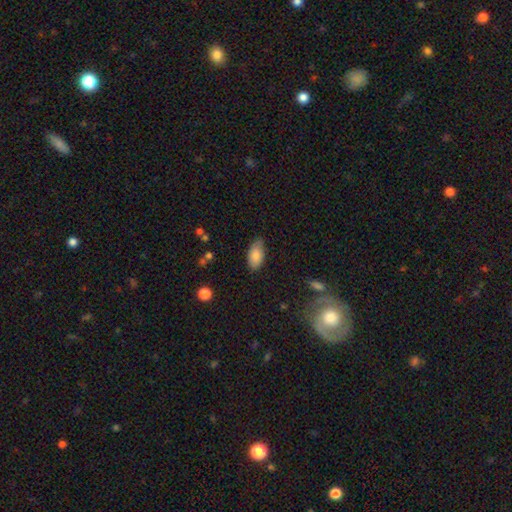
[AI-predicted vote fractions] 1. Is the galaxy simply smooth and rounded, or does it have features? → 84% smooth, 9% featured or disk, 7% star or artifact.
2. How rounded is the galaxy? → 94% in between, 3% cigar-shaped, 3% round.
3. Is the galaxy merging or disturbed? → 75% none, 20% minor disturbance, 4% major disturbance, 1% merger.